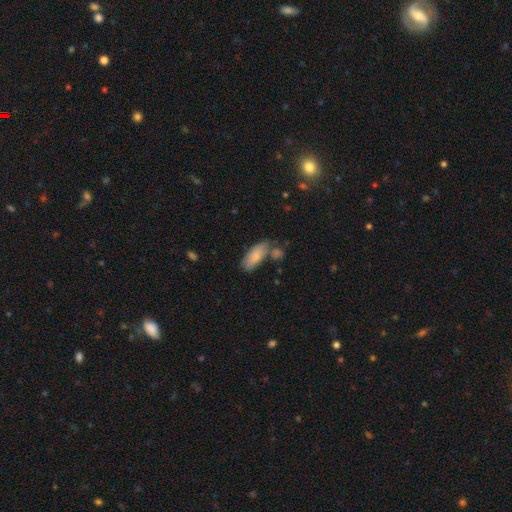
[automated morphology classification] Smooth or featured? Predicted: smooth (p=0.81). How rounded? Predicted: in between (p=0.82). Merging? Predicted: none (p=0.53).